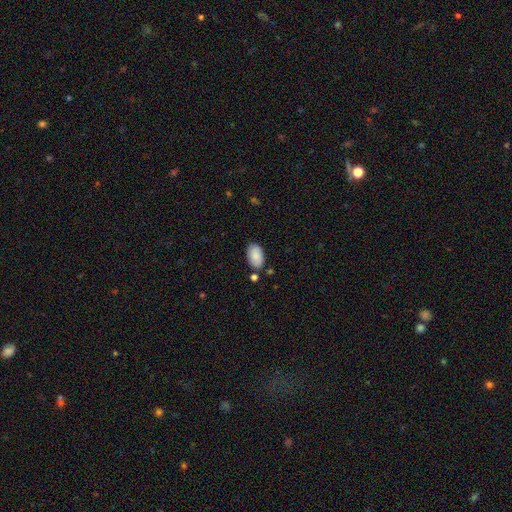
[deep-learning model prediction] The model was most divided on "merging": none: 78%, minor disturbance: 14%, merger: 5%, major disturbance: 3%. More confident: how rounded — in between (94%); smooth or featured — smooth (87%).